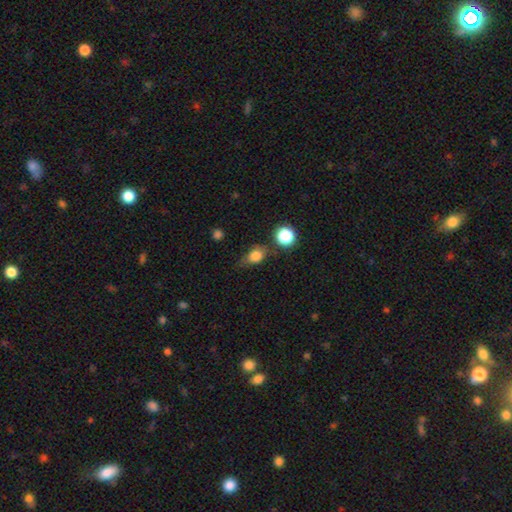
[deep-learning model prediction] This is likely a smooth galaxy (79%). How rounded: possibly in between (59%). Merging: possibly none (52%).